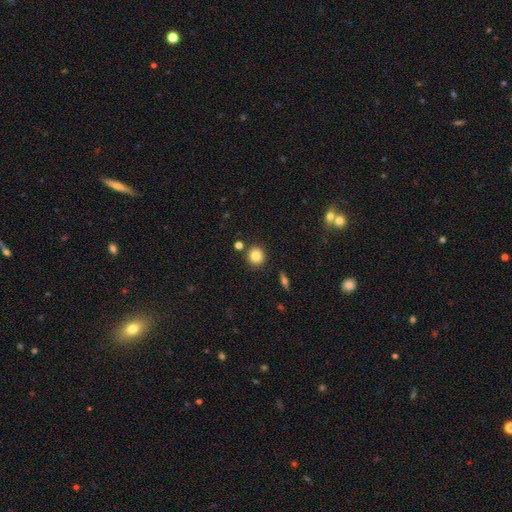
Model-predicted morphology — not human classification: A smooth galaxy with no disk features (83%) that is round (88%). Merging: none (86%).